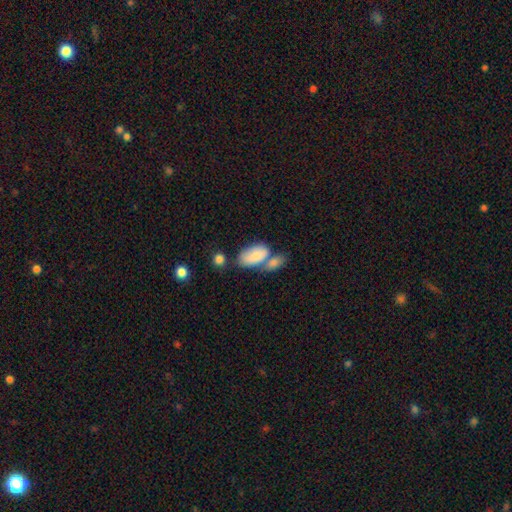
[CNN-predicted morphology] smooth-or-featured: smooth: 79% | featured or disk: 15% | star or artifact: 6%
  how-rounded: in between: 94% | round: 3% | cigar-shaped: 3%
  merging: merger: 45% | none: 35% | minor disturbance: 14% | major disturbance: 6%